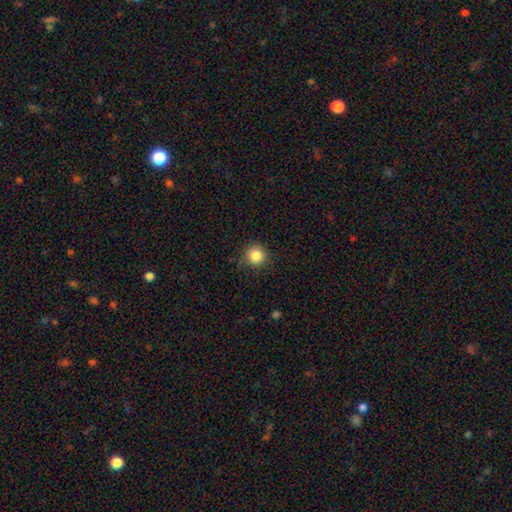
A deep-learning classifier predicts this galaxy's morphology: This is clearly a smooth galaxy (86%). How rounded: clearly round (94%). Merging: clearly none (87%).